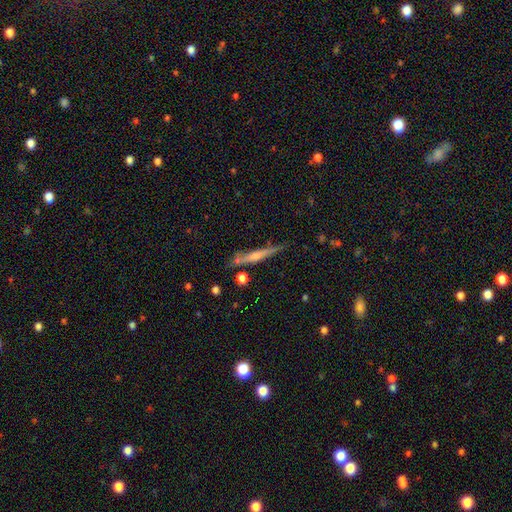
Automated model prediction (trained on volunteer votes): Q: Smooth or featured?
A: featured or disk (57%); runner-up: smooth (35%)
Q: Edge-on disk?
A: yes (95%); runner-up: no (5%)
Q: Edge-on bulge?
A: rounded (56%); runner-up: none (32%)
Q: Merging?
A: none (74%); runner-up: minor disturbance (15%)